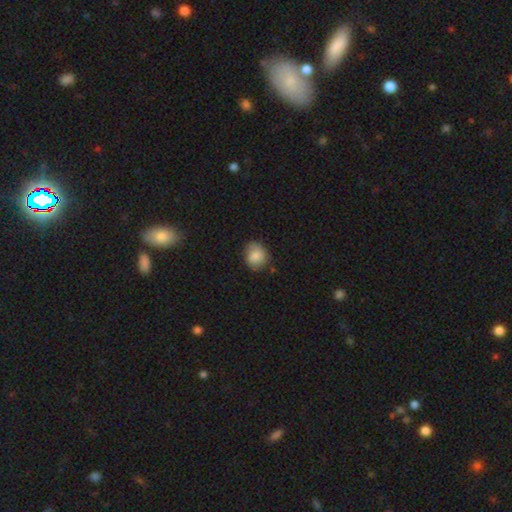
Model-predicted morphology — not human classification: smooth-or-featured: smooth: 82% | featured or disk: 10% | star or artifact: 8%
  how-rounded: round: 70% | in between: 29% | cigar-shaped: 1%
  merging: none: 70% | minor disturbance: 23% | major disturbance: 5% | merger: 2%